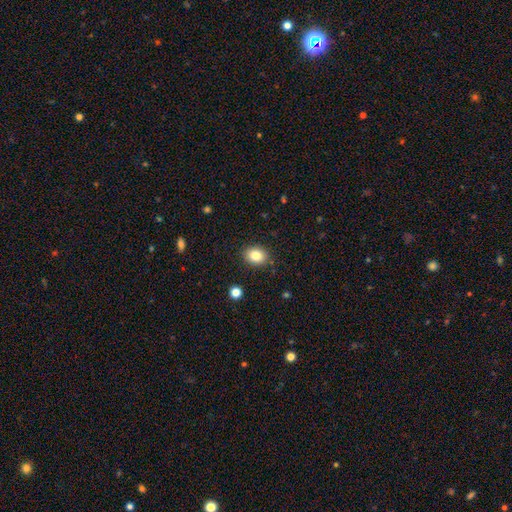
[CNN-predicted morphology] This appears to be a smooth galaxy with no disk features (84%) that is in between round and cigar-shaped (56%). Merging: none (88%).